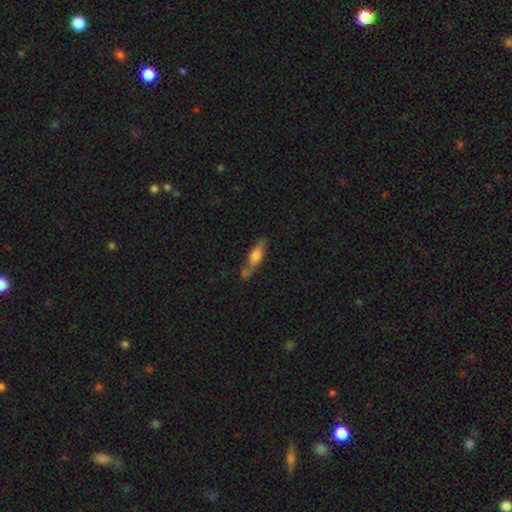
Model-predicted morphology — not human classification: A smooth galaxy with no disk features (47%).

Vote fractions:
- Smooth or featured? smooth: 47% / featured or disk: 46% / star or artifact: 7%
- Merging? none: 65% / minor disturbance: 20% / merger: 9% / major disturbance: 6%